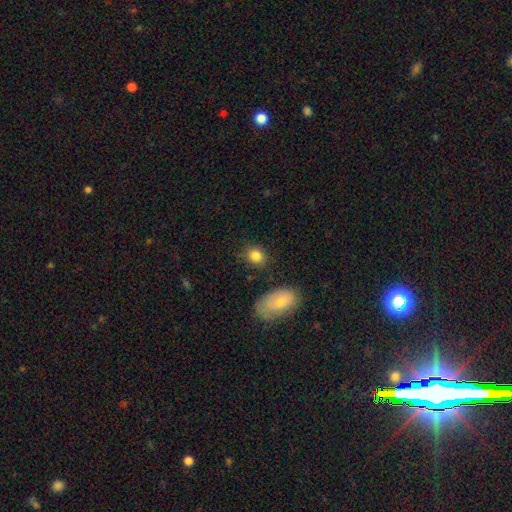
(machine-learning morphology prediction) A smooth galaxy with no disk features (85%) that is round (54%). Merging: none (80%).